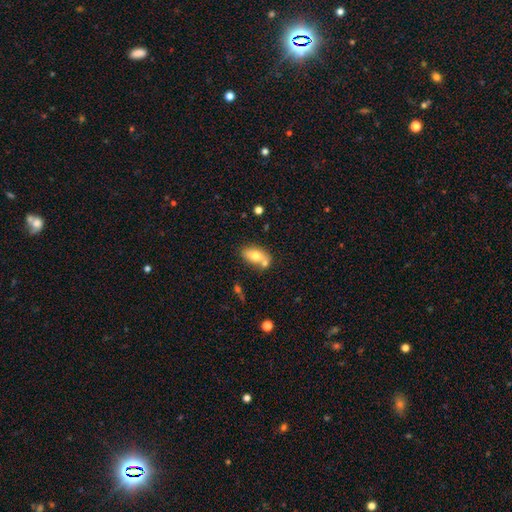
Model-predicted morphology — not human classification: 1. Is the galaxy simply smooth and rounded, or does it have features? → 72% smooth, 20% featured or disk, 8% star or artifact.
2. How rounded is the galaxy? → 88% in between, 6% round, 6% cigar-shaped.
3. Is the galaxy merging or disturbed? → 57% none, 25% merger, 14% minor disturbance, 4% major disturbance.